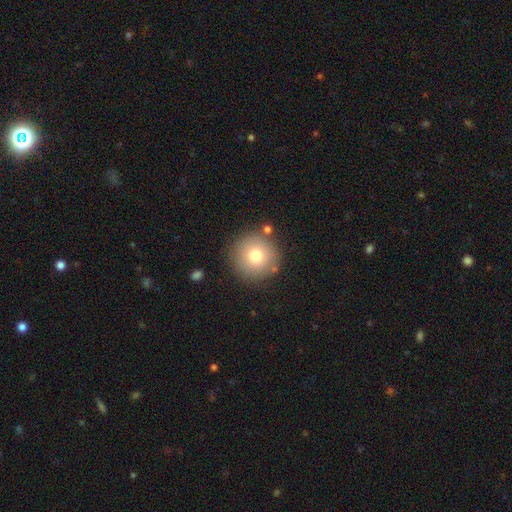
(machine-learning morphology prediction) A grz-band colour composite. It shows a smooth galaxy with no disk features (77%) that is round (96%). Merging: none (84%).